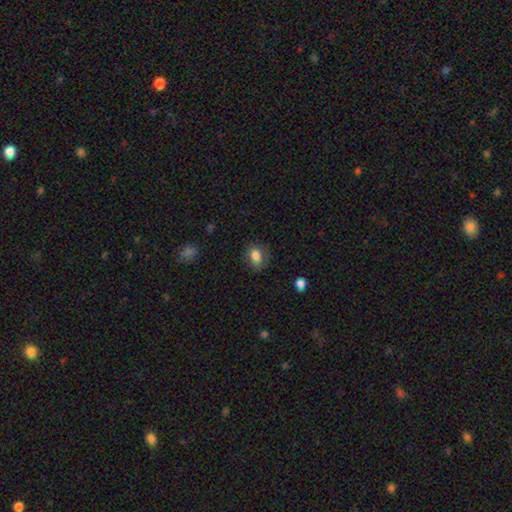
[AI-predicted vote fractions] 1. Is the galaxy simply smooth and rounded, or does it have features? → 82% smooth, 9% star or artifact, 8% featured or disk.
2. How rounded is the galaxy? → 66% in between, 33% round, 1% cigar-shaped.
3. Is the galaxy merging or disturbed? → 74% none, 18% minor disturbance, 6% major disturbance, 1% merger.